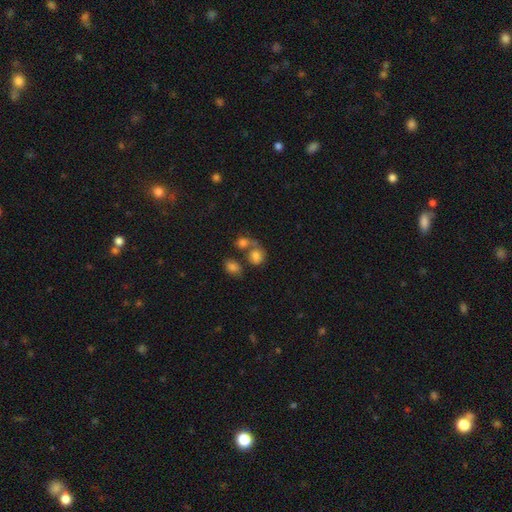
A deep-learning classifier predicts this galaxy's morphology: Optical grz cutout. It shows a smooth galaxy with no disk features (77%) that is round (64%). Merging: merger (44%).